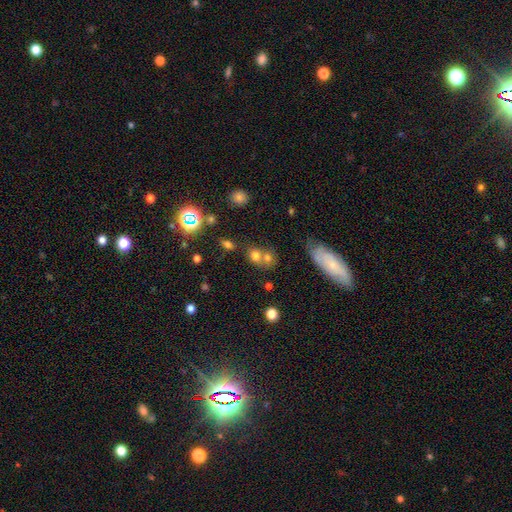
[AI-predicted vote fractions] A smooth galaxy with no disk features (69%) that is round (62%). Merging: merger (50%).